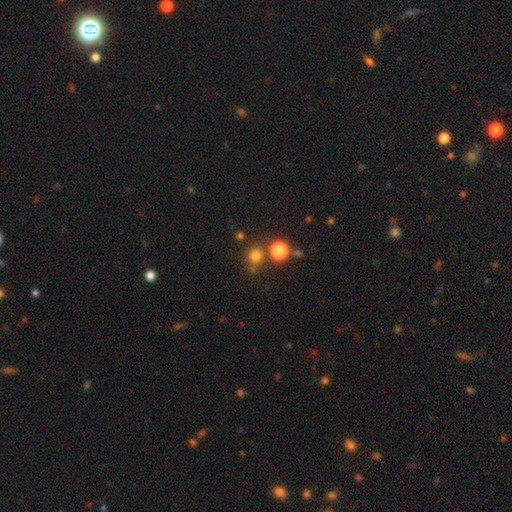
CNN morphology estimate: This is likely a smooth galaxy (75%). How rounded: clearly round (90%). Merging: likely none (74%).